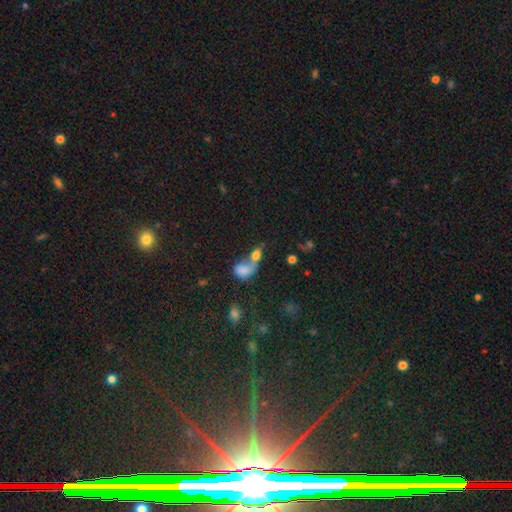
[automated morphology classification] The model was most divided on "how rounded": in between: 69%, round: 25%, cigar-shaped: 6%. More confident: smooth or featured — smooth (71%); merging — merger (66%).